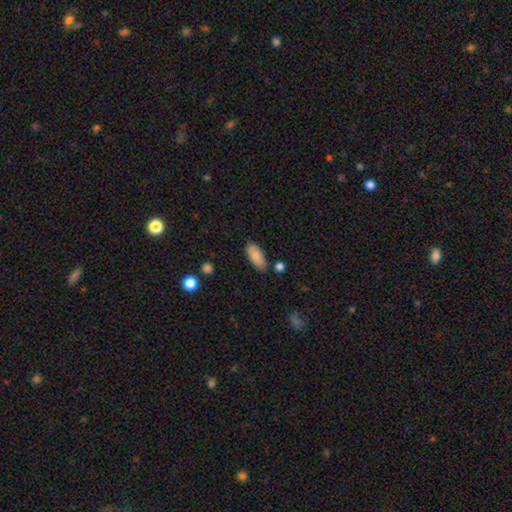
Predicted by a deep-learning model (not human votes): smooth_or_featured: smooth (p=0.86) [alt: featured or disk p=0.07]
how_rounded: in between (p=0.87) [alt: cigar-shaped p=0.11]
merging: none (p=0.82) [alt: minor disturbance p=0.12]